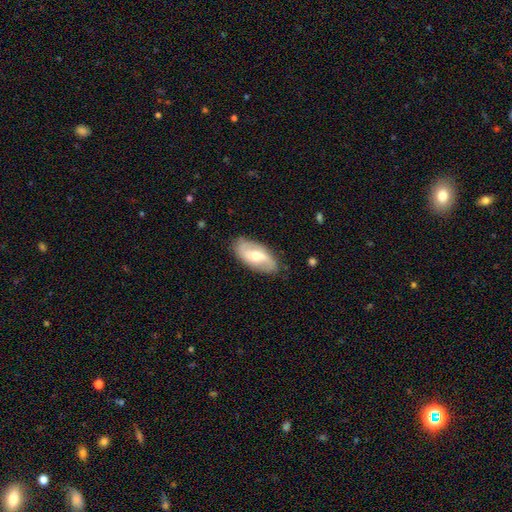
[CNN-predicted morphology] This appears to be a featured or disk galaxy (67%) with a weak bar (44%), 2 (87%) loose (54%) spiral arms (85%) and a moderate central bulge (60%). Merging: none (83%).